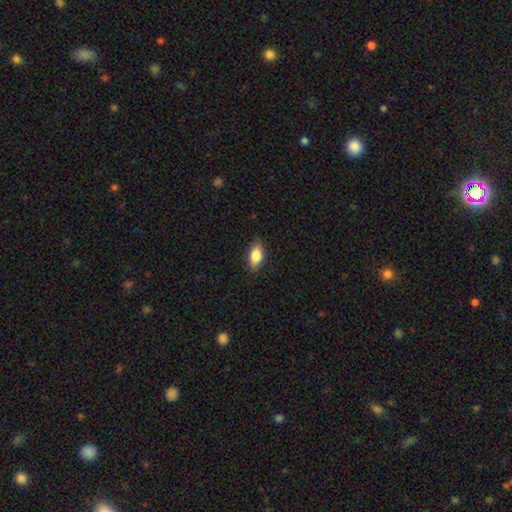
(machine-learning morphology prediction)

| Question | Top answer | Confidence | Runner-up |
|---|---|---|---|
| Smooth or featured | smooth | 84% | featured or disk (9%) |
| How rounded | in between | 88% | round (6%) |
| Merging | none | 85% | minor disturbance (12%) |